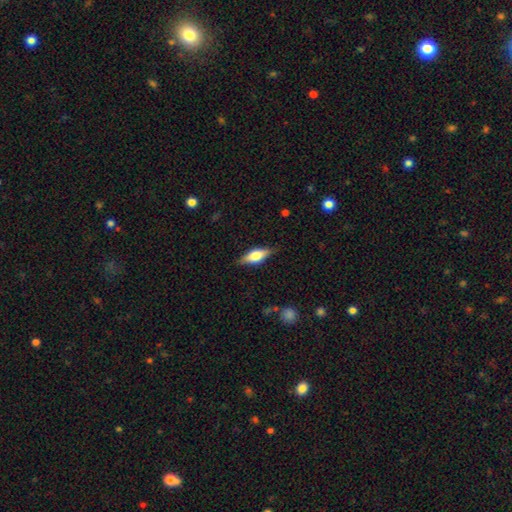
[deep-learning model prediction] smooth-or-featured: smooth: 52% | featured or disk: 42% | star or artifact: 7%
  how-rounded: in between: 68% | cigar-shaped: 28% | round: 4%
  merging: none: 83% | minor disturbance: 13% | major disturbance: 3% | merger: 1%